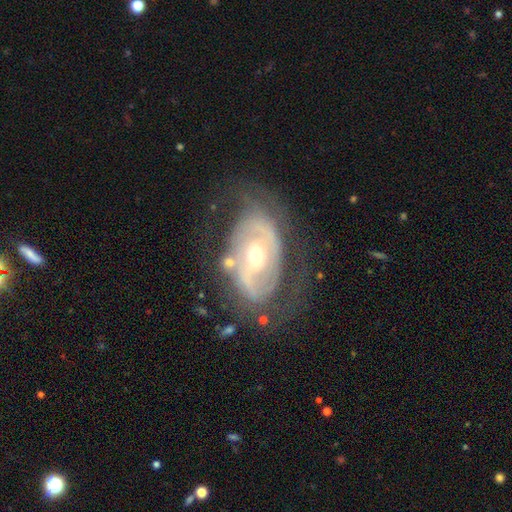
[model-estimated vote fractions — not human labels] smooth_or_featured: featured or disk (p=0.80) [alt: smooth p=0.13]
disk_edge_on: no (p=0.95) [alt: yes p=0.05]
bar: no (p=0.46) [alt: weak p=0.32]
has_spiral_arms: yes (p=0.71) [alt: no p=0.29]
spiral_winding: tight (p=0.49) [alt: medium p=0.35]
spiral_arm_count: 2 (p=0.57) [alt: can't tell p=0.29]
bulge_size: small (p=0.50) [alt: moderate p=0.46]
merging: none (p=0.60) [alt: minor disturbance p=0.20]